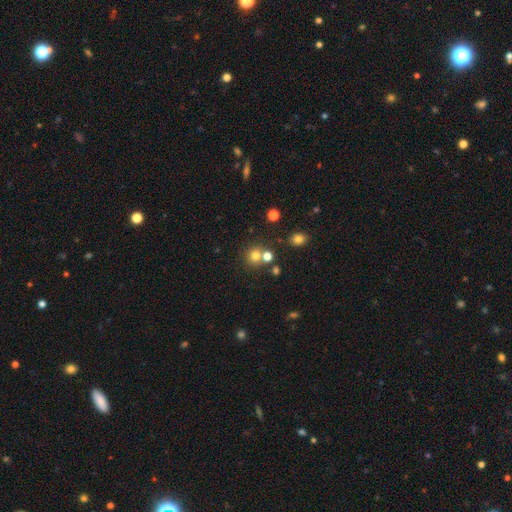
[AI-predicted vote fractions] Overall: smooth (73%). How rounded: round (87%). Merging: none (62%; merger 26%).